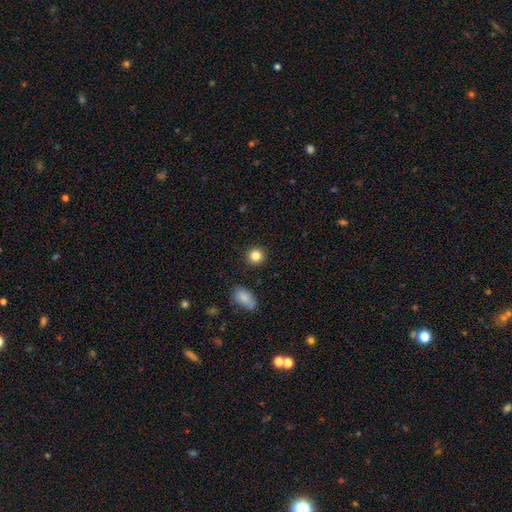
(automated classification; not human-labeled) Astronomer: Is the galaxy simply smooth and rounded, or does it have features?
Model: smooth — 84%.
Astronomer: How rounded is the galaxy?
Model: round — 90%.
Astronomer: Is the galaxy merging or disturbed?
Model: none — 90%.